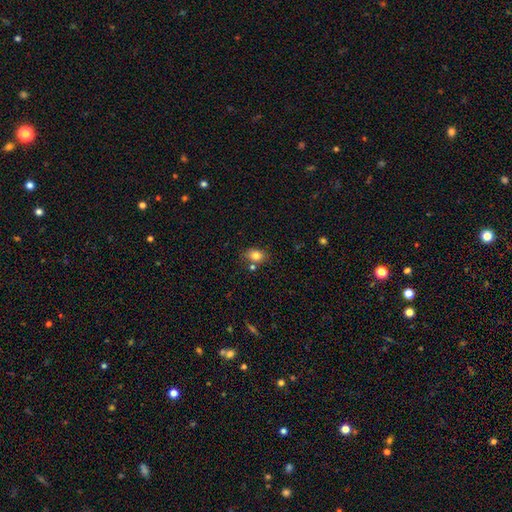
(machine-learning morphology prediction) This is clearly a smooth galaxy (81%). How rounded: likely in between (66%). Merging: likely none (70%).